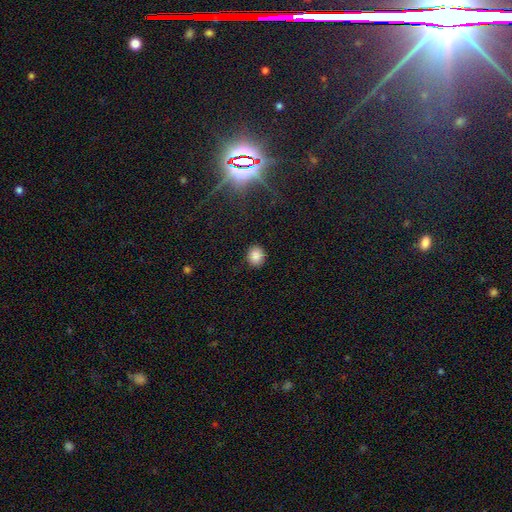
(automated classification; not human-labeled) Morphology: type=smooth (85%); roundness=round (72%); merging=none (89%).